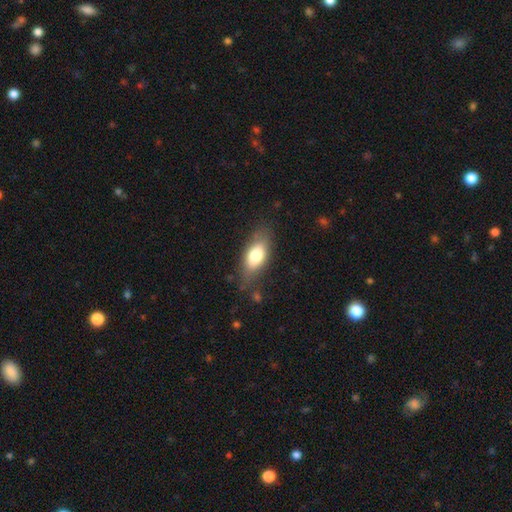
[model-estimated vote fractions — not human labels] This appears to be a smooth galaxy with no disk features (73%) that is in between round and cigar-shaped (84%). Merging: none (71%).